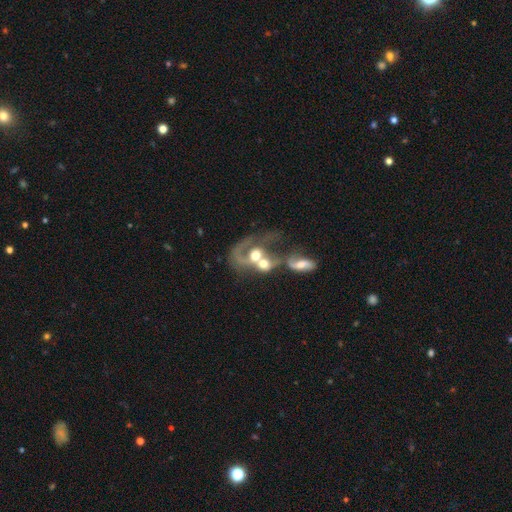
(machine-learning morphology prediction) The model was most divided on "spiral arms": yes: 60%, no: 40%. More confident: edge-on disk — no (96%); bar — no (77%); merging — merger (72%); smooth or featured — featured or disk (60%); bulge size — moderate (56%).